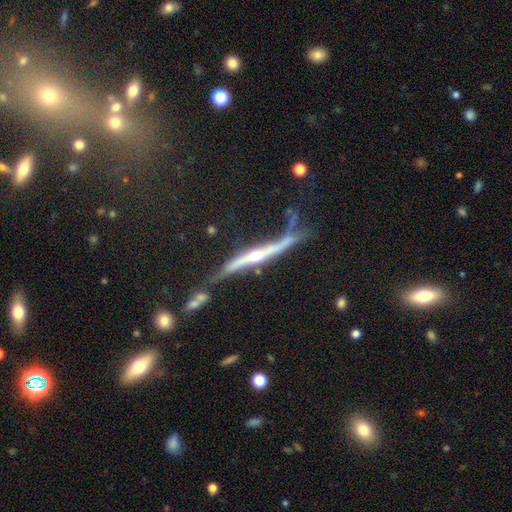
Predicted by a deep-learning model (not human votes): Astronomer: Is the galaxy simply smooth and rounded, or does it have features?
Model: featured or disk — 80%.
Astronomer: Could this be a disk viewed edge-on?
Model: yes — 89%.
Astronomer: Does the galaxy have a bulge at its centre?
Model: rounded — 81%.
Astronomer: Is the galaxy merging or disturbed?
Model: none — 48% (runner-up: minor disturbance, 27%).